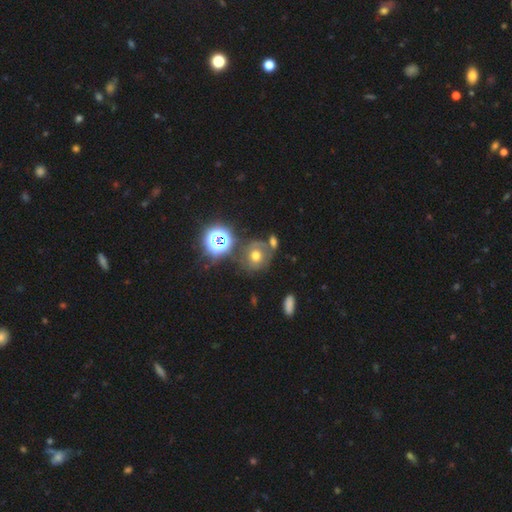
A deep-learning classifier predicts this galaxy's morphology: Smooth or featured: smooth — 50% (star or artifact — 26%)
Merging: none — 59% (merger — 17%)